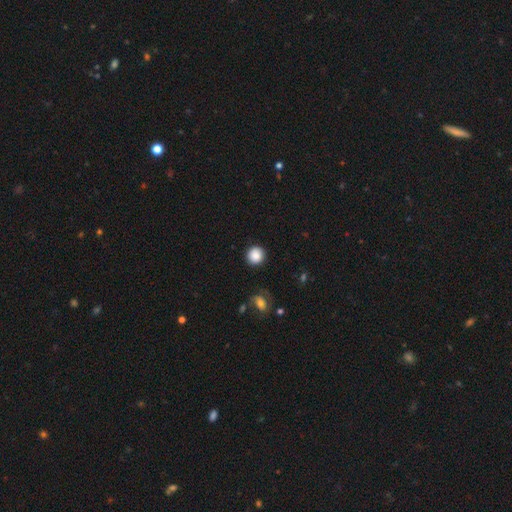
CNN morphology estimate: type=smooth (85%); roundness=round (92%); merging=none (88%).